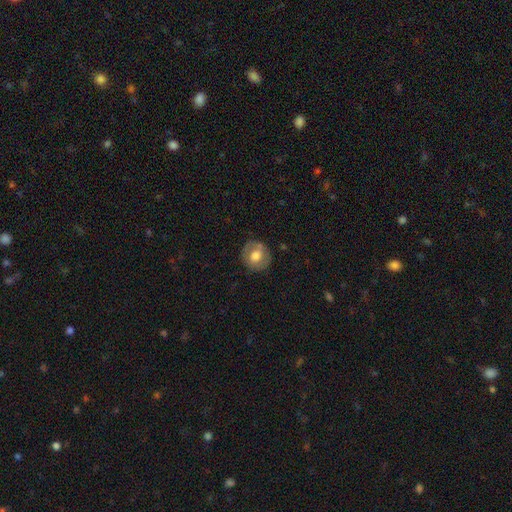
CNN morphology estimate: smooth 61%, featured or disk 32%, star or artifact 7%. Down the decision tree: how rounded — round (86%); merging — none (82%).